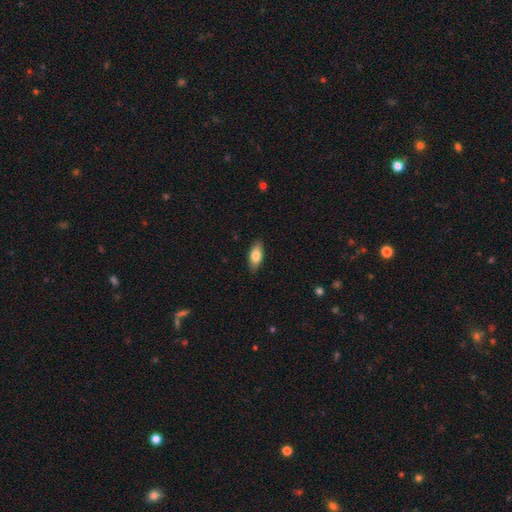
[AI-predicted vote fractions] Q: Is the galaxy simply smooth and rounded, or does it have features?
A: smooth — 78%.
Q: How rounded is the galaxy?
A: in between — 84%.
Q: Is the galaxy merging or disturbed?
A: none — 86%.